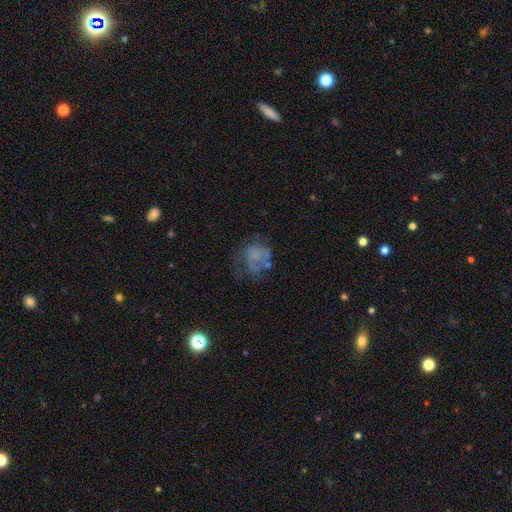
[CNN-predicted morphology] smooth-or-featured: smooth: 43% | featured or disk: 42% | star or artifact: 15%
  merging: none: 41% | major disturbance: 32% | minor disturbance: 23% | merger: 4%